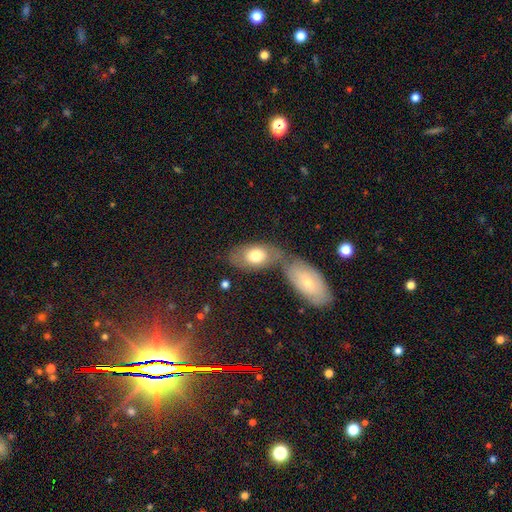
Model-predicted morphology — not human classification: type=smooth (70%); roundness=in between (87%); merging=merger (43%).